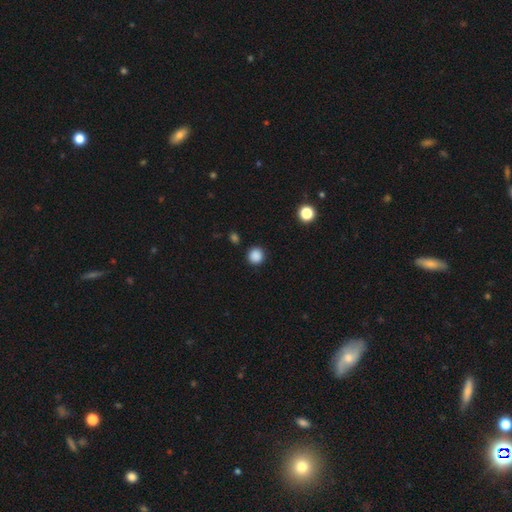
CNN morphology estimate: Q: Smooth or featured?
A: smooth (87%); runner-up: star or artifact (11%)
Q: How rounded?
A: round (93%); runner-up: in between (6%)
Q: Merging?
A: none (90%); runner-up: minor disturbance (6%)